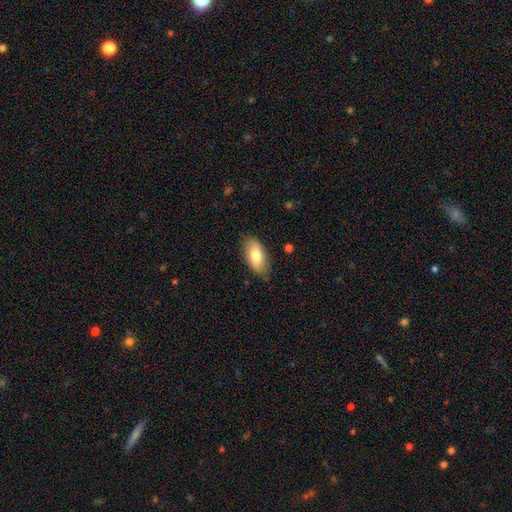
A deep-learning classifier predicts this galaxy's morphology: Smooth or featured: smooth — 77% (featured or disk — 17%)
How rounded: in between — 92% (cigar-shaped — 5%)
Merging: none — 73% (minor disturbance — 22%)